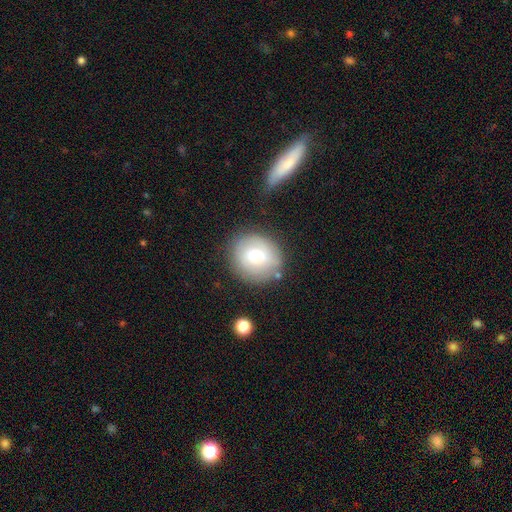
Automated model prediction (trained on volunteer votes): smooth-or-featured: smooth: 67% | featured or disk: 25% | star or artifact: 8%
  how-rounded: round: 84% | in between: 15% | cigar-shaped: 1%
  merging: none: 75% | minor disturbance: 15% | major disturbance: 5% | merger: 5%